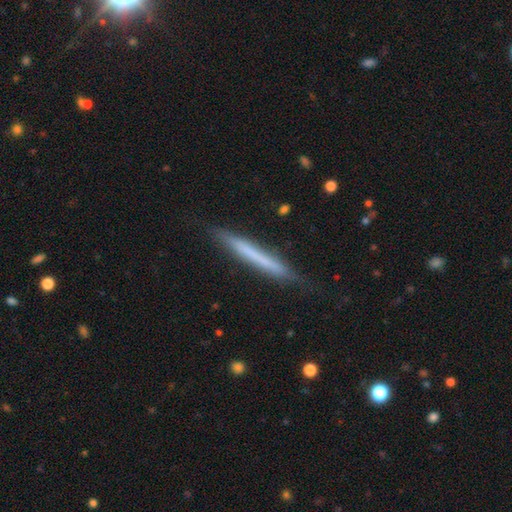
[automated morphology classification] A smooth galaxy with no disk features (55%) that is cigar-shaped (97%). Merging: none (83%).